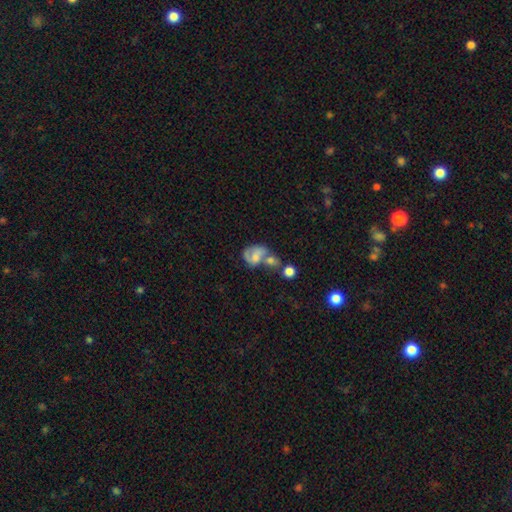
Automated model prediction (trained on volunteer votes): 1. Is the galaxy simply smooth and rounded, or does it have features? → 50% featured or disk, 40% smooth, 10% star or artifact.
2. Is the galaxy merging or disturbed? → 50% merger, 20% none, 16% major disturbance, 14% minor disturbance.